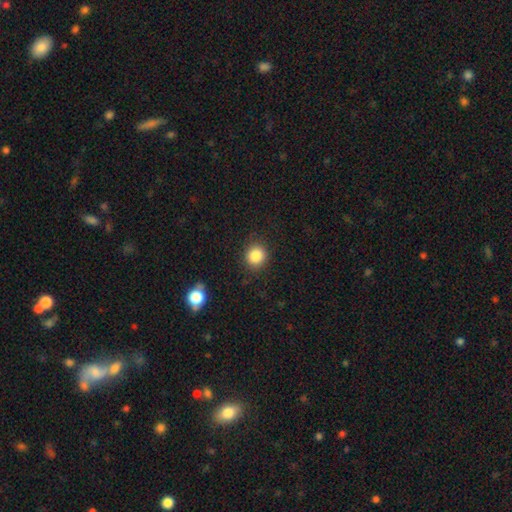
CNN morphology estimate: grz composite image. It shows a smooth galaxy with no disk features (85%) that is round (86%). Merging: none (88%).